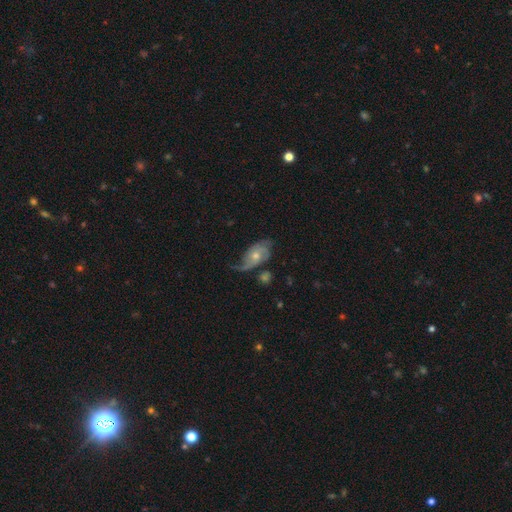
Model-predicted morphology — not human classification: featured or disk 75%, smooth 19%, star or artifact 6%. Down the decision tree: edge-on disk — no (95%); bar — no (73%); spiral arms — yes (91%); spiral arm count — 2 (57%); spiral winding — loose (47%); bulge size — moderate (54%); merging — none (45%).